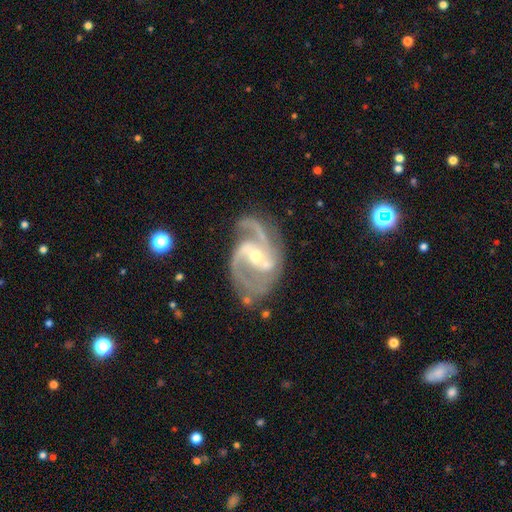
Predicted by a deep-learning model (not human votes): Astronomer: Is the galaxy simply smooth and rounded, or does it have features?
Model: featured or disk — 92%.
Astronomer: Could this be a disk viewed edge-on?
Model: no — 98%.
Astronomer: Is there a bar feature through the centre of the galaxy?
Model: weak — 44% (runner-up: strong, 34%).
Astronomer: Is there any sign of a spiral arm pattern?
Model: yes — 98%.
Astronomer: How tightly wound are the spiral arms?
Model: medium — 59%.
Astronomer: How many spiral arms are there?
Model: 2 — 72%.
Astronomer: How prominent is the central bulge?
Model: small — 57% (runner-up: moderate, 38%).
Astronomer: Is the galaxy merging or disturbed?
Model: none — 60%.